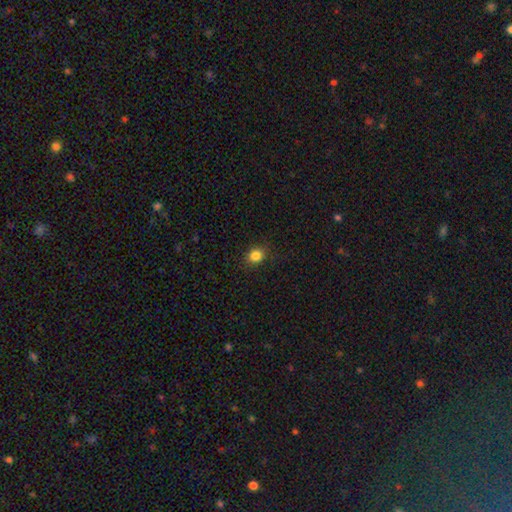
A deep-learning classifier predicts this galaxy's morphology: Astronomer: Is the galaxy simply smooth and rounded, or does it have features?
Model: smooth — 85%.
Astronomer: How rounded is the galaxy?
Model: round — 69%.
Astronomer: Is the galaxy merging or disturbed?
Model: none — 88%.